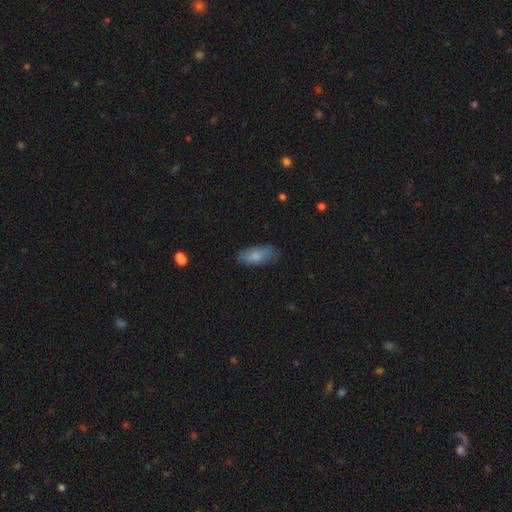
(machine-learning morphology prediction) smooth_or_featured: smooth (p=0.79) [alt: featured or disk p=0.14]
how_rounded: in between (p=0.82) [alt: cigar-shaped p=0.16]
merging: none (p=0.73) [alt: minor disturbance p=0.21]